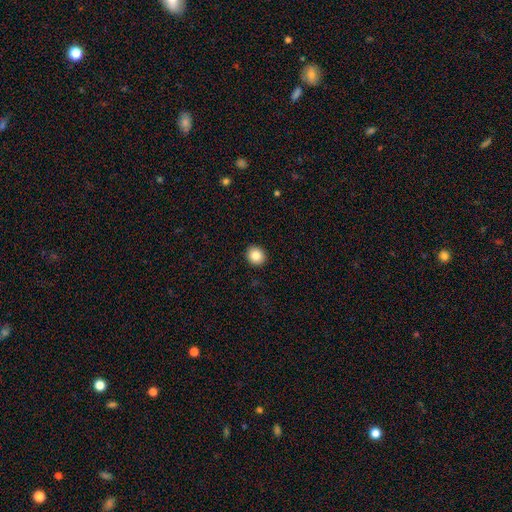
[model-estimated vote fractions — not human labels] The model was most divided on "how rounded": round: 75%, in between: 24%, cigar-shaped: 1%. More confident: merging — none (92%); smooth or featured — smooth (85%).